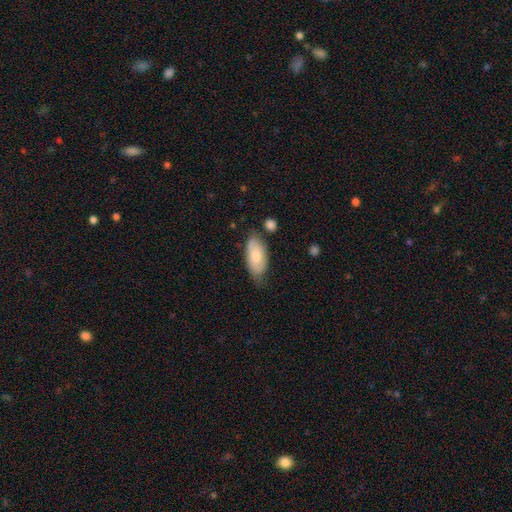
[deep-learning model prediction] smooth 75%, featured or disk 19%, star or artifact 6%. Down the decision tree: how rounded — in between (91%); merging — none (61%).